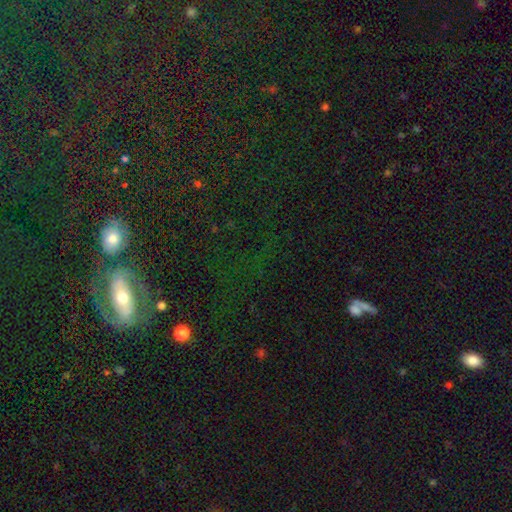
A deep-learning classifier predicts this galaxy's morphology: smooth_or_featured: star or artifact (p=0.43) [alt: featured or disk p=0.29]